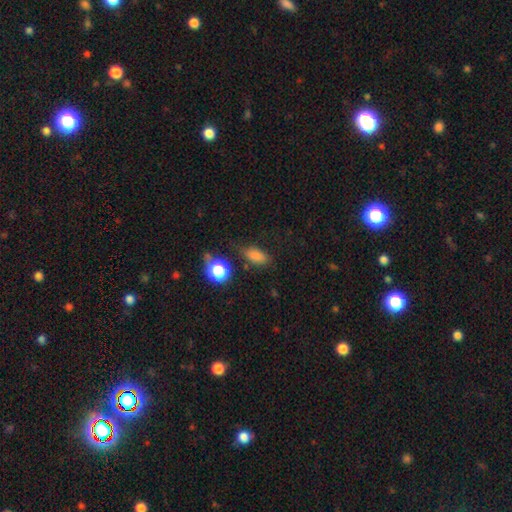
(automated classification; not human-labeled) Smooth or featured? smooth (78%)
How rounded? in between (81%)
Merging? none (72%)